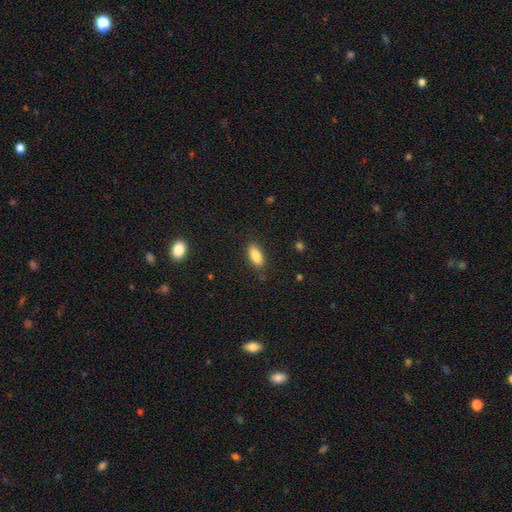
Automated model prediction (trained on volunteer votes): A smooth galaxy with no disk features (84%) that is in between round and cigar-shaped (82%).

Vote fractions:
- Smooth or featured? smooth: 84% / featured or disk: 8% / star or artifact: 8%
- How rounded? in between: 82% / cigar-shaped: 15% / round: 3%
- Merging? none: 84% / minor disturbance: 11% / major disturbance: 3% / merger: 1%